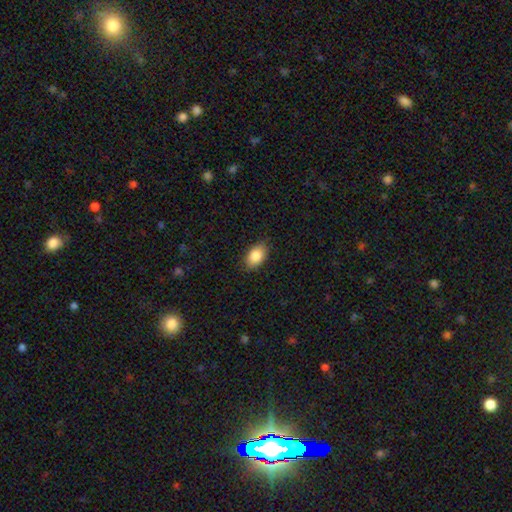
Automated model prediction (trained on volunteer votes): Morphology: type=smooth (86%); roundness=in between (90%); merging=none (86%).